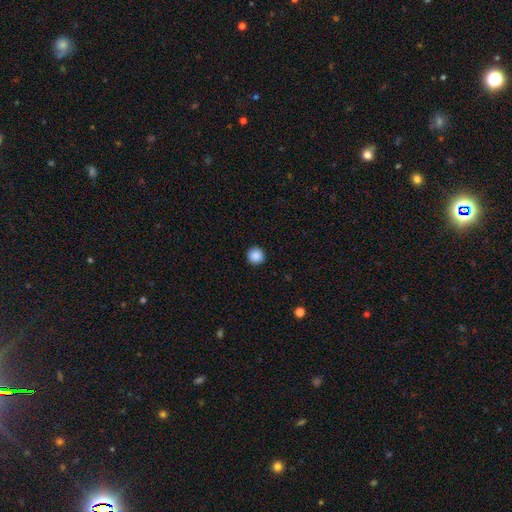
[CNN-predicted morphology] The model was most divided on "smooth or featured": smooth: 88%, star or artifact: 9%, featured or disk: 3%. More confident: how rounded — round (96%); merging — none (93%).